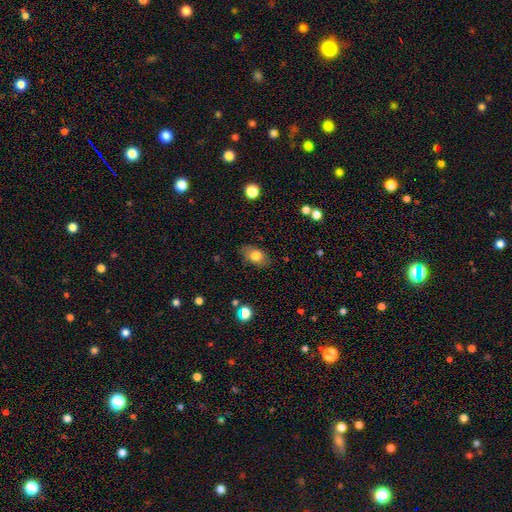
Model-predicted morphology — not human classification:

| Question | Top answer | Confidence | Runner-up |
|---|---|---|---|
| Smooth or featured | smooth | 78% | featured or disk (14%) |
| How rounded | in between | 85% | round (13%) |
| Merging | none | 83% | minor disturbance (13%) |